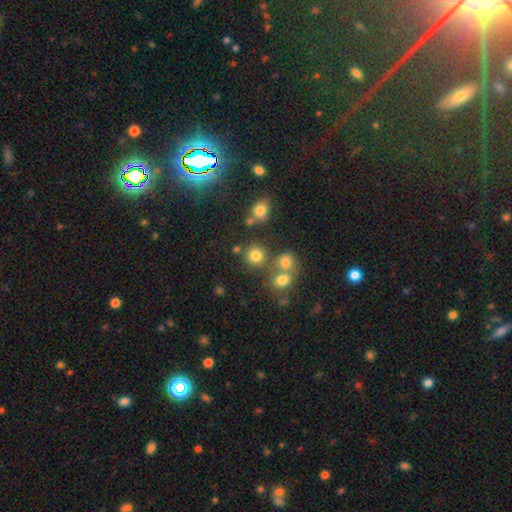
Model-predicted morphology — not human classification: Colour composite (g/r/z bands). It shows a smooth galaxy with no disk features (77%) that is round (88%). Merging: none (68%).